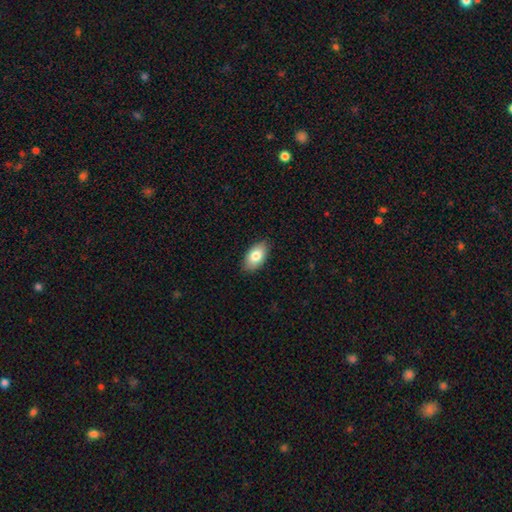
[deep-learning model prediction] The model was most divided on "smooth or featured": smooth: 80%, featured or disk: 13%, star or artifact: 7%. More confident: how rounded — in between (93%); merging — none (87%).